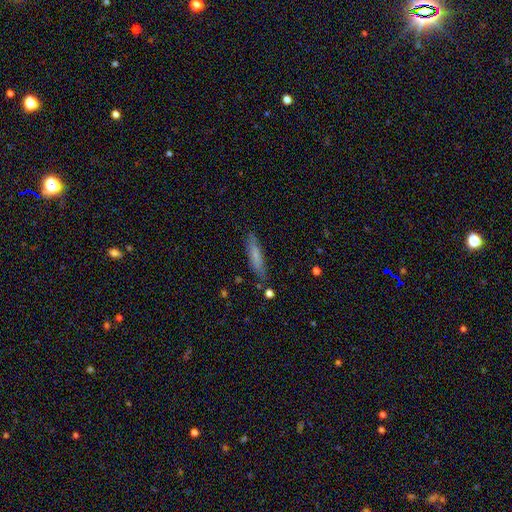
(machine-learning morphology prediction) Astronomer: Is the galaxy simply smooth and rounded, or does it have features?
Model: smooth — 69%.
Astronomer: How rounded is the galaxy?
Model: cigar-shaped — 79%.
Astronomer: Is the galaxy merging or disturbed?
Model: none — 79%.